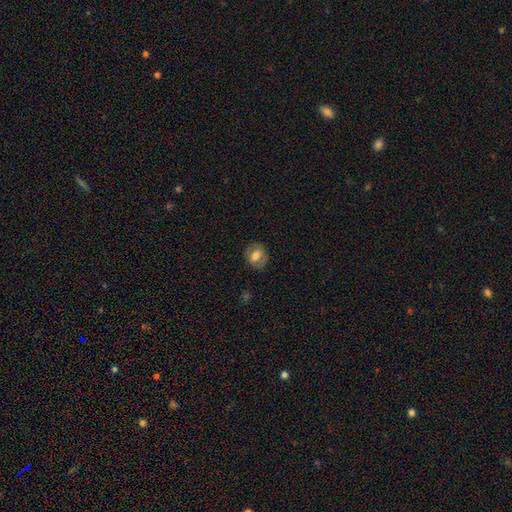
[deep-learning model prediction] smooth 63%, featured or disk 29%, star or artifact 9%. Down the decision tree: how rounded — round (50%); merging — none (79%).